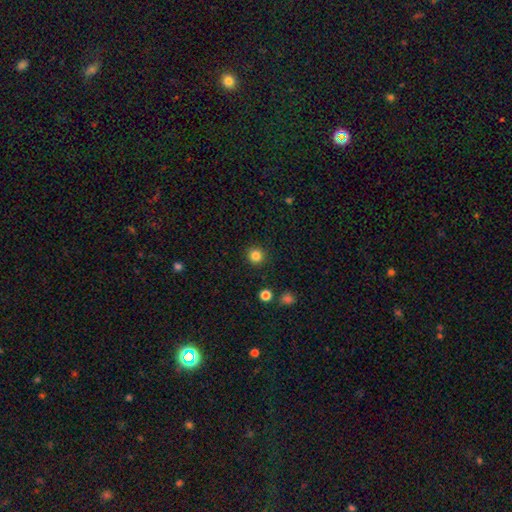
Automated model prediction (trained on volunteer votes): Q: Smooth or featured?
A: smooth (84%); runner-up: star or artifact (12%)
Q: How rounded?
A: round (95%); runner-up: in between (4%)
Q: Merging?
A: none (92%); runner-up: minor disturbance (5%)